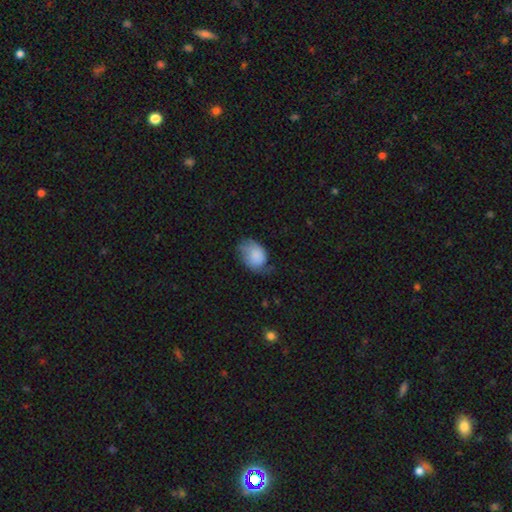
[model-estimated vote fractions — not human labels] Morphology: type=smooth (71%); roundness=in between (74%); merging=minor disturbance (38%).